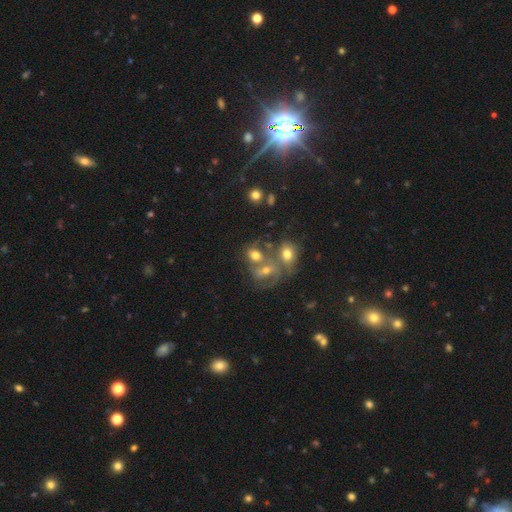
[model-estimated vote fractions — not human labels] smooth 50%, featured or disk 36%, star or artifact 14%. Down the decision tree: merging — merger (54%).